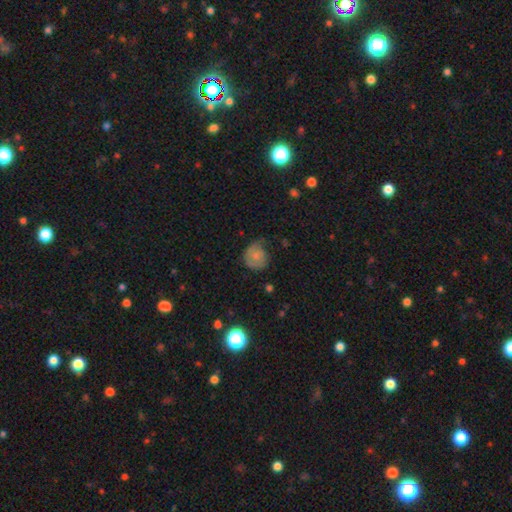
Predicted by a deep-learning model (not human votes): smooth_or_featured: smooth (p=0.68) [alt: featured or disk p=0.22]
how_rounded: round (p=0.79) [alt: in between p=0.20]
merging: none (p=0.51) [alt: minor disturbance p=0.34]